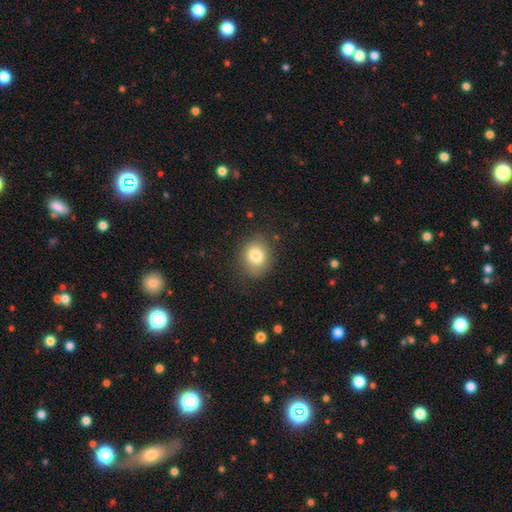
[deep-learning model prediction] smooth 80%, star or artifact 11%, featured or disk 9%. Down the decision tree: how rounded — round (66%); merging — none (83%).